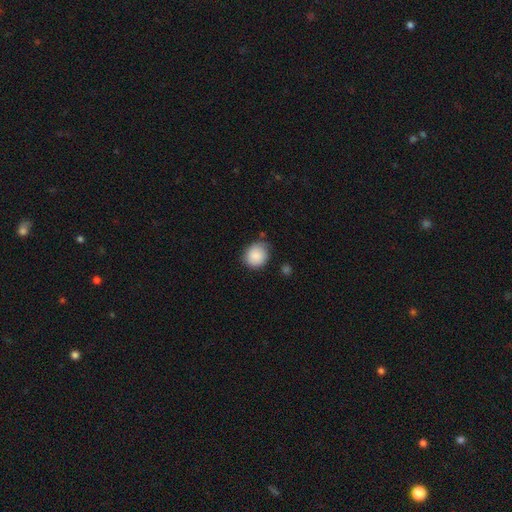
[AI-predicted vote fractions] A smooth galaxy with no disk features (87%) that is round (73%).

Vote fractions:
- Smooth or featured? smooth: 87% / star or artifact: 8% / featured or disk: 6%
- How rounded? round: 73% / in between: 26% / cigar-shaped: 1%
- Merging? none: 69% / minor disturbance: 23% / major disturbance: 5% / merger: 3%